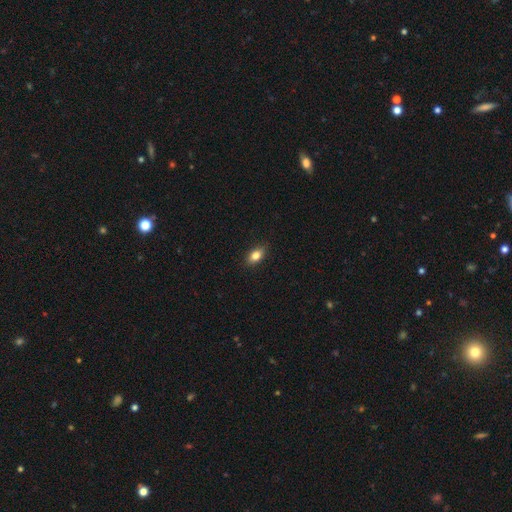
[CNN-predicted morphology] Smooth or featured?
  - smooth: 81% *
  - featured or disk: 10%
  - star or artifact: 9%
How rounded?
  - in between: 83% *
  - round: 12%
  - cigar-shaped: 5%
Merging?
  - none: 87% *
  - minor disturbance: 10%
  - major disturbance: 2%
  - merger: 1%